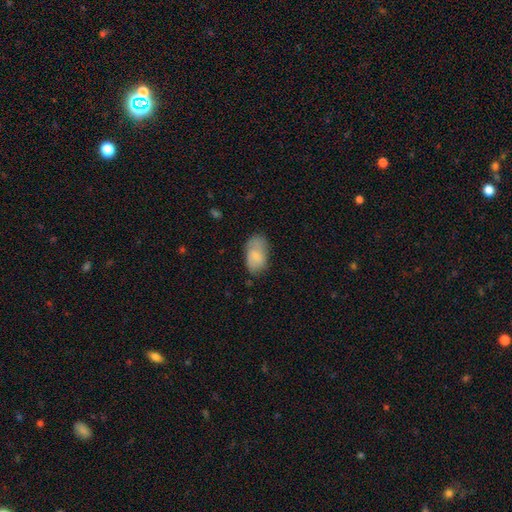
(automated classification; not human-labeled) A smooth galaxy with no disk features (76%) that is in between round and cigar-shaped (93%). Merging: none (66%).